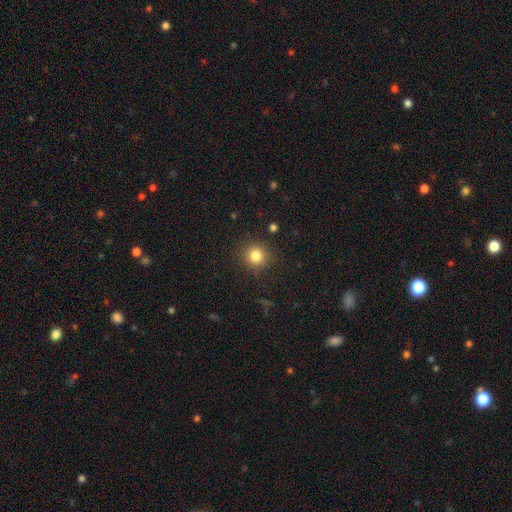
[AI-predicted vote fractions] Smooth or featured: smooth — 83% (star or artifact — 12%)
How rounded: round — 90% (in between — 9%)
Merging: none — 88% (minor disturbance — 7%)